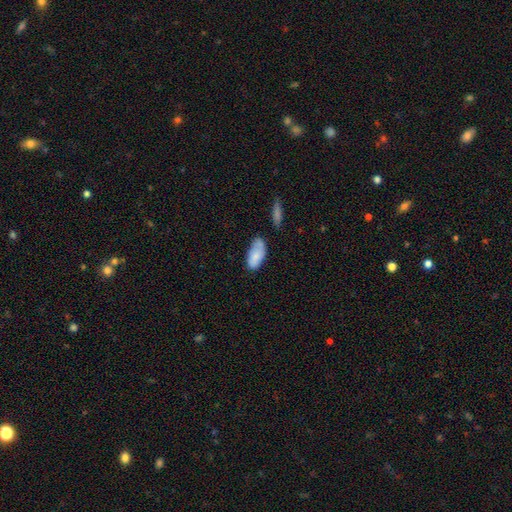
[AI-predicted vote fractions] A smooth galaxy with no disk features (79%) that is in between round and cigar-shaped (91%).

Vote fractions:
- Smooth or featured? smooth: 79% / featured or disk: 14% / star or artifact: 7%
- How rounded? in between: 91% / cigar-shaped: 6% / round: 2%
- Merging? none: 54% / minor disturbance: 29% / merger: 10% / major disturbance: 7%